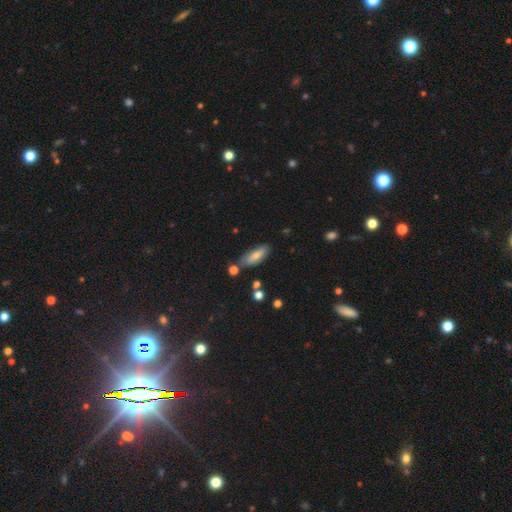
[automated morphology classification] This appears to be a smooth galaxy with no disk features (69%) that is in between round and cigar-shaped (64%). Merging: none (71%).